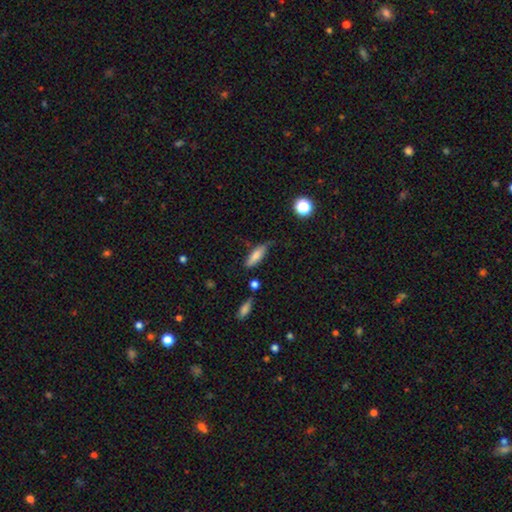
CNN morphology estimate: Smooth or featured?
  - smooth: 76% *
  - featured or disk: 16%
  - star or artifact: 8%
How rounded?
  - in between: 55% *
  - cigar-shaped: 43%
  - round: 2%
Merging?
  - none: 53% *
  - minor disturbance: 33%
  - major disturbance: 9%
  - merger: 5%